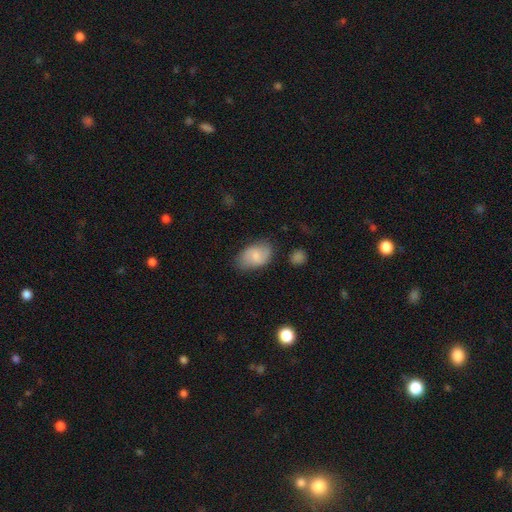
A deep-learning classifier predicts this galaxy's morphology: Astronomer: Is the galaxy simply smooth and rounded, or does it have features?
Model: smooth — 64%.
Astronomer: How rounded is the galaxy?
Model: in between — 90%.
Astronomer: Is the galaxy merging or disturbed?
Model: none — 73%.